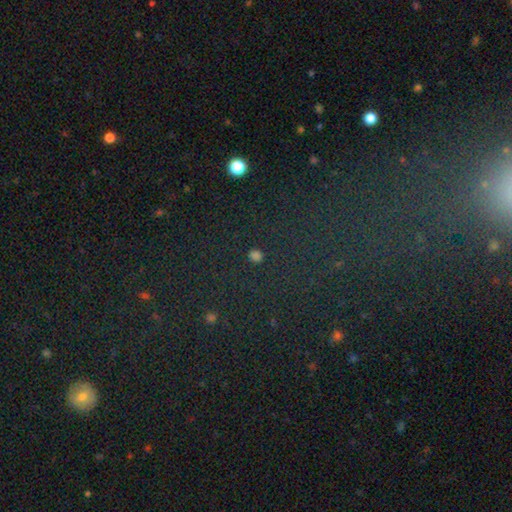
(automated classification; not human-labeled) Smooth or featured?
  - smooth: 58% *
  - star or artifact: 36%
  - featured or disk: 6%
How rounded?
  - round: 67% *
  - in between: 31%
  - cigar-shaped: 2%
Merging?
  - none: 85% *
  - minor disturbance: 9%
  - major disturbance: 4%
  - merger: 3%